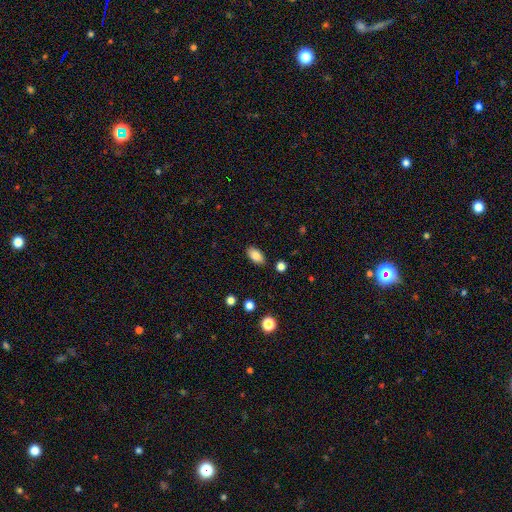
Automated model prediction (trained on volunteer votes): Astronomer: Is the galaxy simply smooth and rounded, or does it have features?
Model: smooth — 85%.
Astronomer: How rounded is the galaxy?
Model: in between — 92%.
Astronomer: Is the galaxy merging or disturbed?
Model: none — 87%.